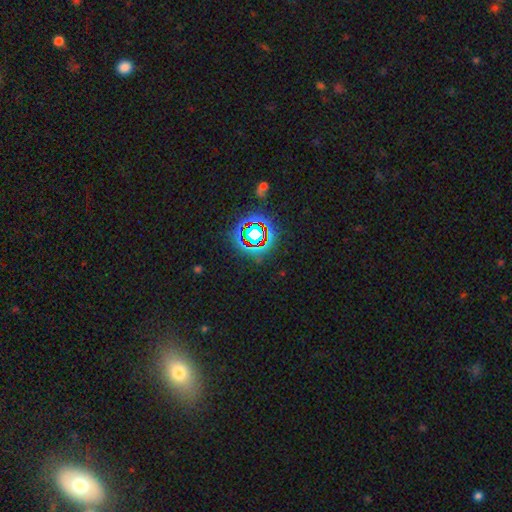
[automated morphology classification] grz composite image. It shows a star or artifact, not a galaxy (70%).